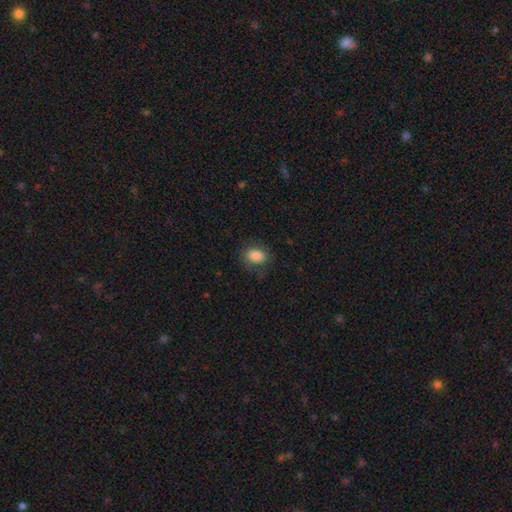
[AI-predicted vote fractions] The model was most divided on "how rounded": in between: 75%, round: 23%, cigar-shaped: 1%. More confident: smooth or featured — smooth (85%); merging — none (76%).